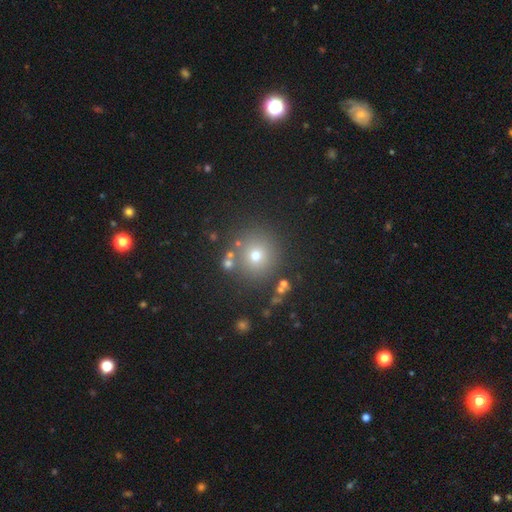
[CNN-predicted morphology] Smooth or featured?
  - smooth: 67% *
  - star or artifact: 22%
  - featured or disk: 11%
How rounded?
  - round: 93% *
  - in between: 6%
  - cigar-shaped: 1%
Merging?
  - none: 82% *
  - minor disturbance: 8%
  - merger: 7%
  - major disturbance: 3%